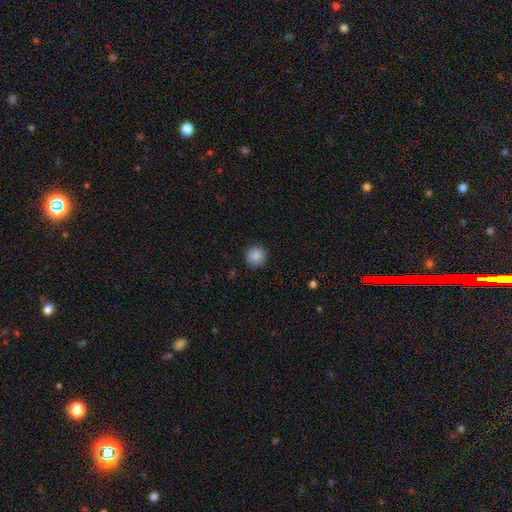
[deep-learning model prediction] Smooth or featured: smooth — 88% (star or artifact — 9%)
How rounded: round — 94% (in between — 5%)
Merging: none — 91% (minor disturbance — 6%)